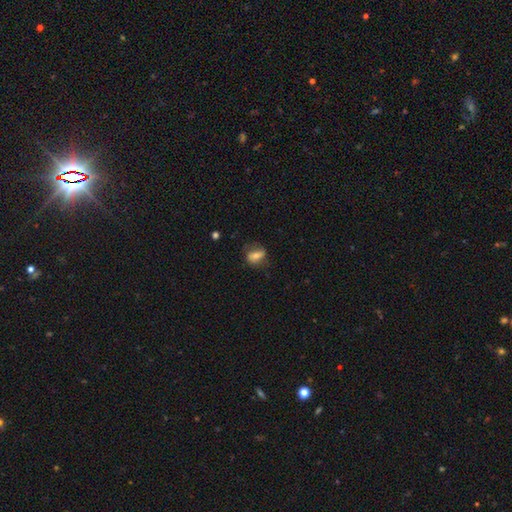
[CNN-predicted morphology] smooth 58%, featured or disk 33%, star or artifact 9%. Down the decision tree: how rounded — in between (70%); merging — none (66%).